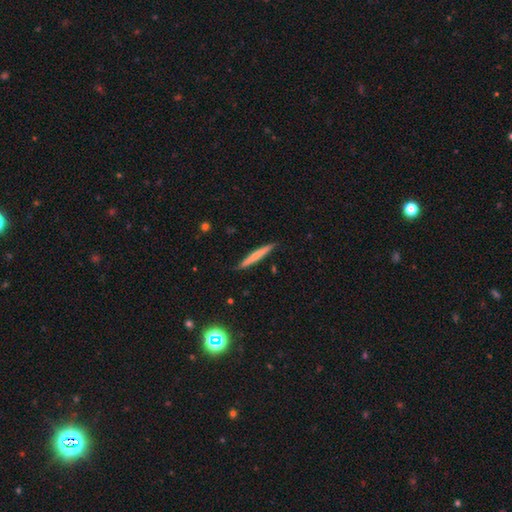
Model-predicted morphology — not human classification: type=smooth (64%); roundness=cigar-shaped (96%); merging=none (88%).